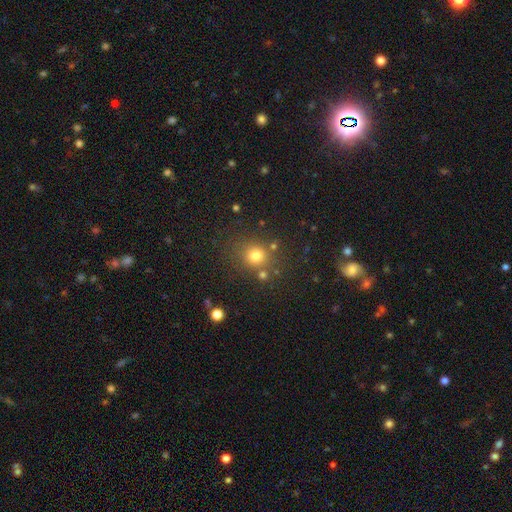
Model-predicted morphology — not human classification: The model was most divided on "smooth or featured": smooth: 75%, star or artifact: 17%, featured or disk: 8%. More confident: how rounded — round (85%); merging — none (76%).